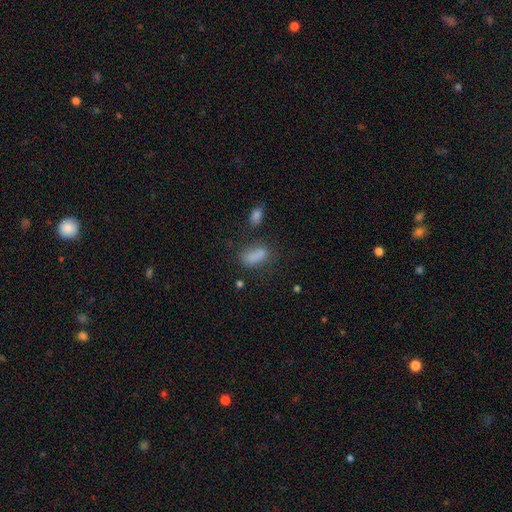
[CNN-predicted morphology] Smooth or featured: smooth — 78% (star or artifact — 12%)
How rounded: in between — 81% (cigar-shaped — 12%)
Merging: none — 52% (minor disturbance — 22%)